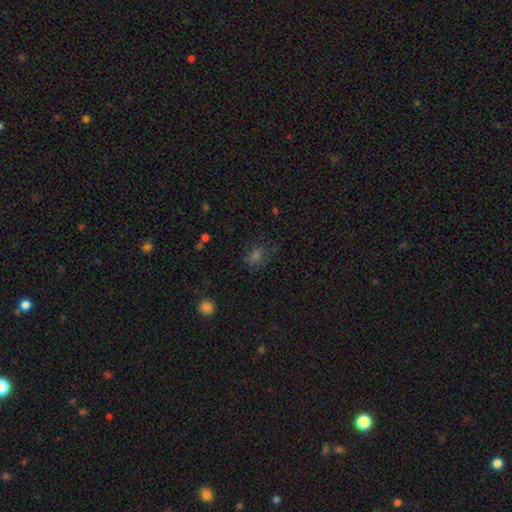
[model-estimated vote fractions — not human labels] smooth 61%, star or artifact 30%, featured or disk 10%. Down the decision tree: how rounded — round (57%); merging — none (71%).